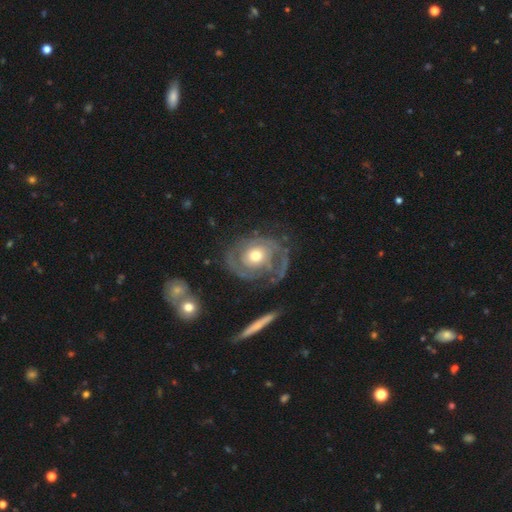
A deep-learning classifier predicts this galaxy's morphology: Smooth or featured? Predicted: featured or disk (p=0.85). Edge-on disk? Predicted: no (p=0.97). Bar? Predicted: no (p=0.79). Spiral arms? Predicted: yes (p=0.92). Spiral winding? Predicted: tight (p=0.58). Spiral arm count? Predicted: 2 (p=0.61). Bulge size? Predicted: moderate (p=0.72). Merging? Predicted: none (p=0.65).